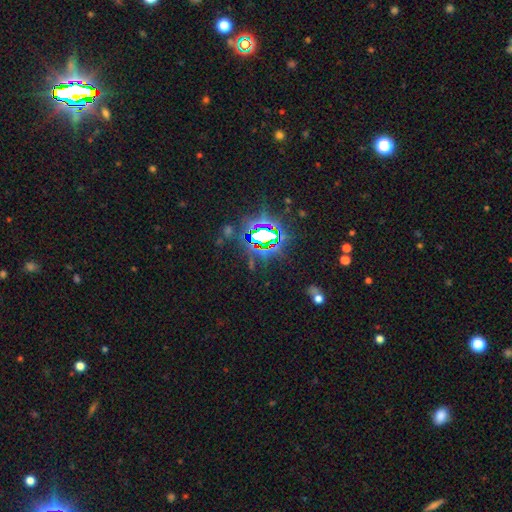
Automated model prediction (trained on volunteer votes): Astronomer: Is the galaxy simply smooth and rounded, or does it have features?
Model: star or artifact — 83%.